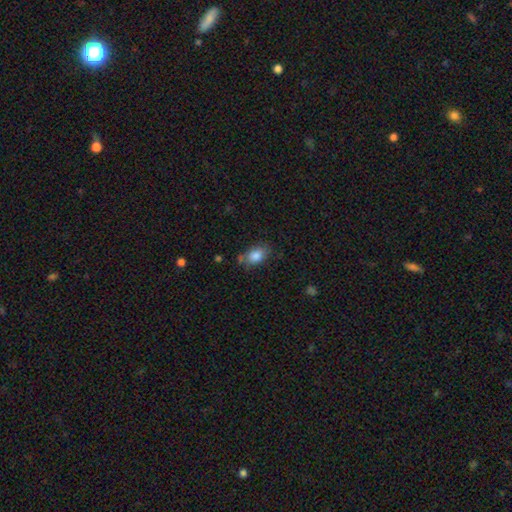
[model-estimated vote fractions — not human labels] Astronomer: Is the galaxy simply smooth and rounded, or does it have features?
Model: smooth — 84%.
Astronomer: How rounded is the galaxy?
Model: in between — 84%.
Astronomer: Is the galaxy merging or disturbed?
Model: none — 69%.